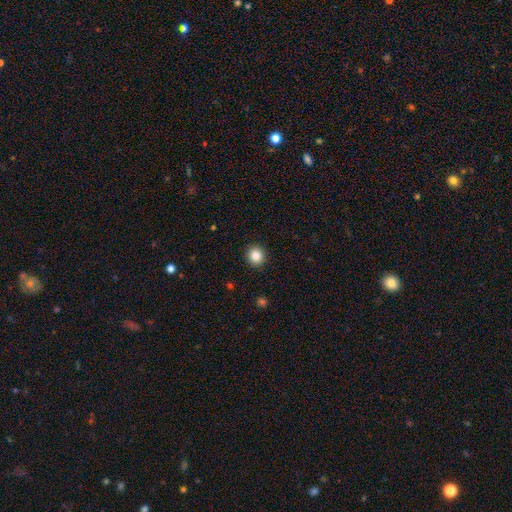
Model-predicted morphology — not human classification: Q: Smooth or featured?
A: smooth (85%); runner-up: star or artifact (10%)
Q: How rounded?
A: round (86%); runner-up: in between (13%)
Q: Merging?
A: none (92%); runner-up: minor disturbance (5%)